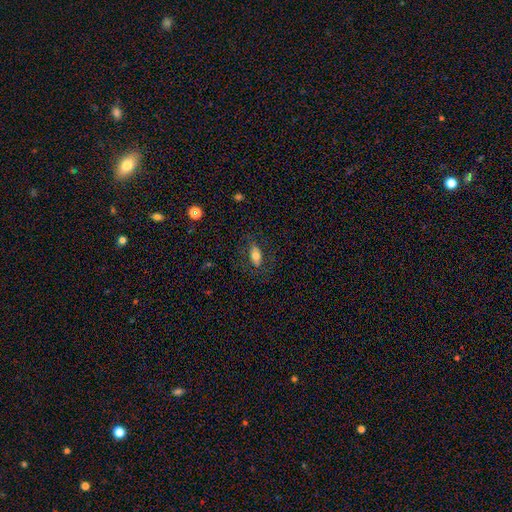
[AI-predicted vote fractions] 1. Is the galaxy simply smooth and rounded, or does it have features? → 69% smooth, 23% featured or disk, 9% star or artifact.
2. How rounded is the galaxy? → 87% in between, 8% cigar-shaped, 5% round.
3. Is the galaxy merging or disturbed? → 77% none, 14% minor disturbance, 8% major disturbance, 1% merger.